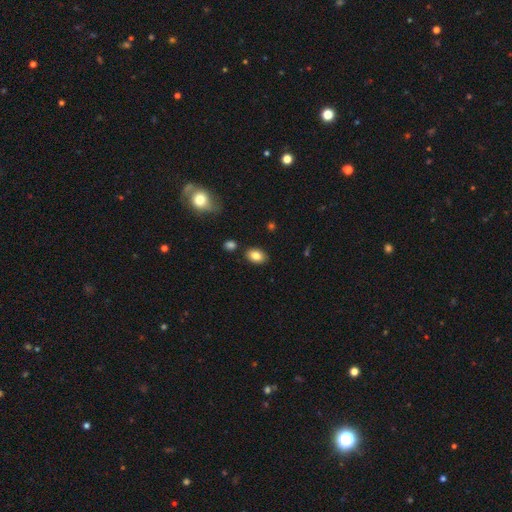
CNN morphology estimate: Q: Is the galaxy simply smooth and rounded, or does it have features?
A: smooth — 84%.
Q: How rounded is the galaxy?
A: in between — 82%.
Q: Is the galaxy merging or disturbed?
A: none — 85%.